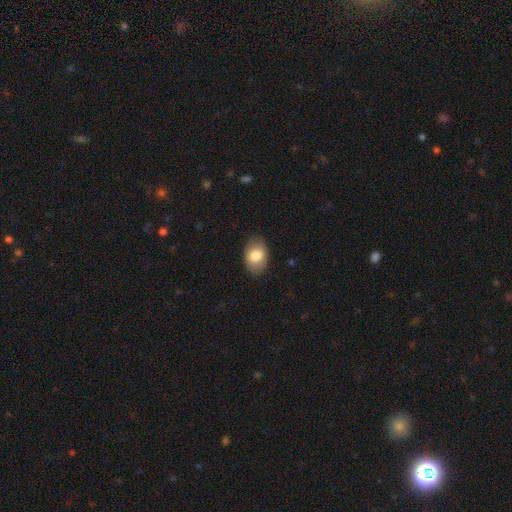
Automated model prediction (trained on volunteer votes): Smooth or featured? Predicted: smooth (p=0.80). How rounded? Predicted: in between (p=0.86). Merging? Predicted: none (p=0.84).